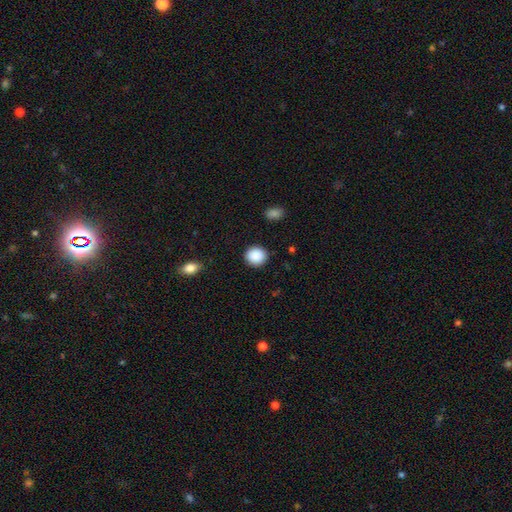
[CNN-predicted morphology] Smooth or featured? Predicted: smooth (p=0.90). How rounded? Predicted: round (p=0.82). Merging? Predicted: none (p=0.90).